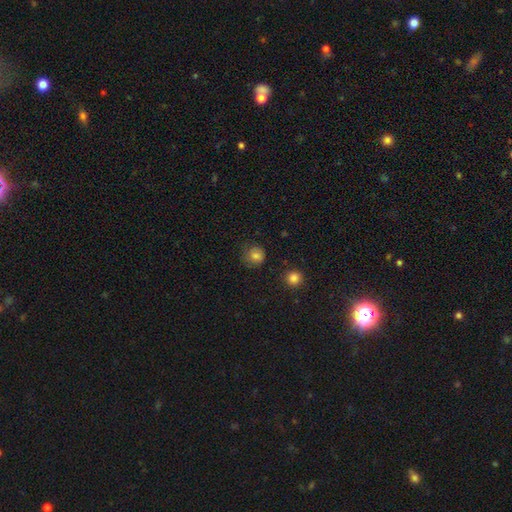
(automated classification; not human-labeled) Q: Smooth or featured?
A: smooth (81%); runner-up: star or artifact (12%)
Q: How rounded?
A: round (88%); runner-up: in between (12%)
Q: Merging?
A: none (71%); runner-up: minor disturbance (20%)